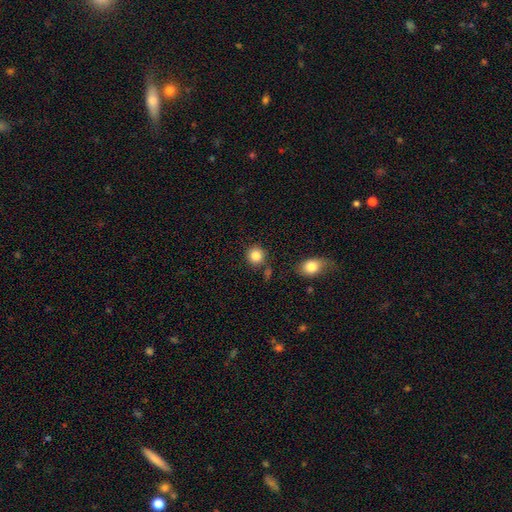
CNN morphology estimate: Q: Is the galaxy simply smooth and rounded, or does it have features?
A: smooth — 85%.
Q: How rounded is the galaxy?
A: round — 90%.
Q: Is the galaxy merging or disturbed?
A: none — 83%.